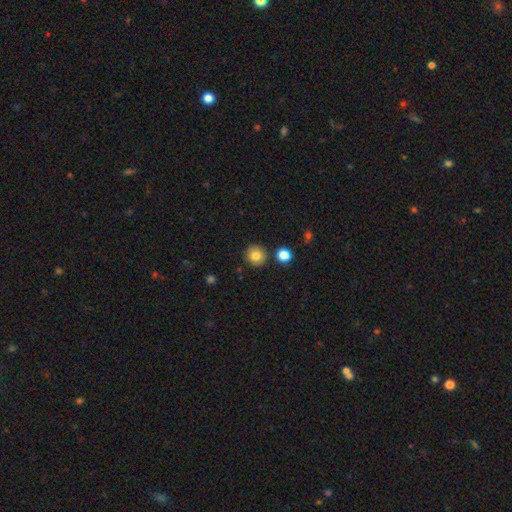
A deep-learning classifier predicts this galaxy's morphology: The model was most divided on "smooth or featured": smooth: 81%, star or artifact: 11%, featured or disk: 8%. More confident: how rounded — round (93%); merging — none (87%).